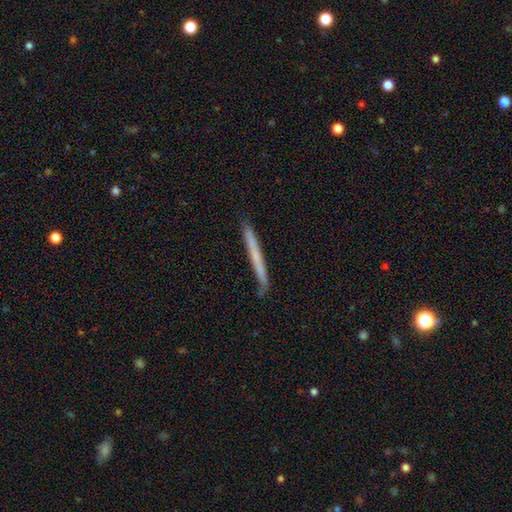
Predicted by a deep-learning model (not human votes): Q: Smooth or featured?
A: smooth (55%); runner-up: featured or disk (39%)
Q: How rounded?
A: cigar-shaped (97%); runner-up: in between (1%)
Q: Merging?
A: none (86%); runner-up: minor disturbance (11%)